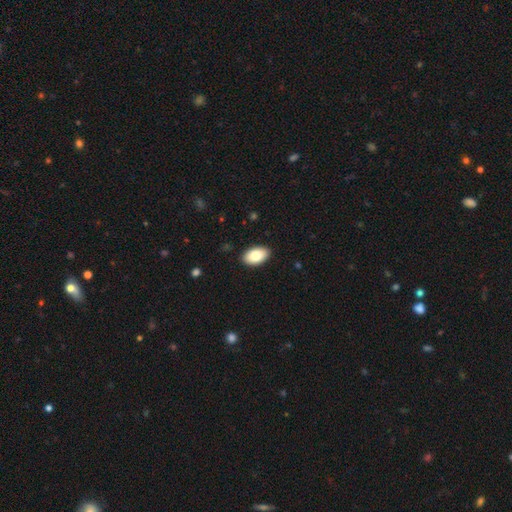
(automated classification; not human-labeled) A smooth galaxy with no disk features (82%) that is in between round and cigar-shaped (94%).

Vote fractions:
- Smooth or featured? smooth: 82% / featured or disk: 11% / star or artifact: 6%
- How rounded? in between: 94% / round: 4% / cigar-shaped: 1%
- Merging? none: 89% / minor disturbance: 8% / major disturbance: 2% / merger: 1%